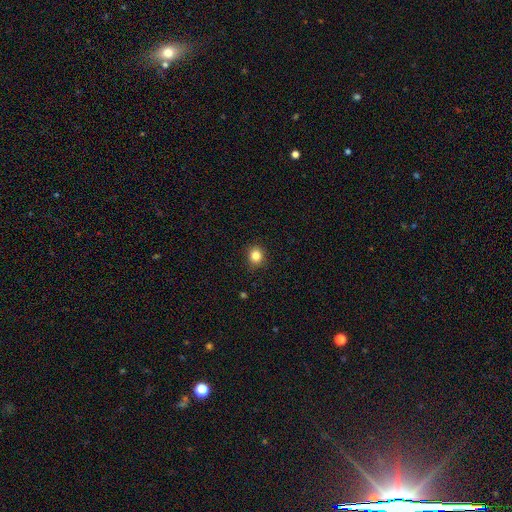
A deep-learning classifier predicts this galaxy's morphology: The model was most divided on "how rounded": round: 82%, in between: 17%, cigar-shaped: 1%. More confident: merging — none (88%); smooth or featured — smooth (84%).